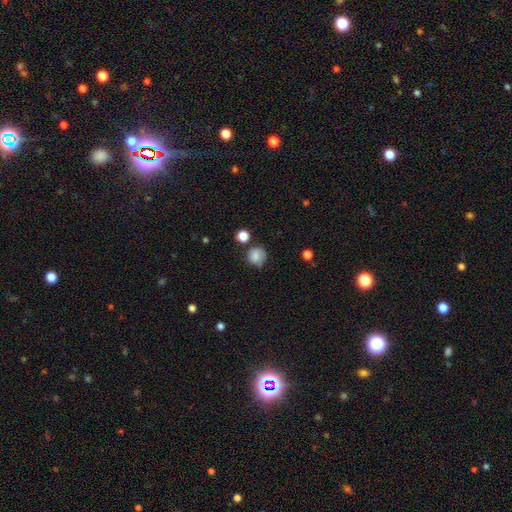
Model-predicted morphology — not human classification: smooth_or_featured: smooth (p=0.81) [alt: star or artifact p=0.10]
how_rounded: round (p=0.89) [alt: in between p=0.11]
merging: none (p=0.66) [alt: minor disturbance p=0.22]